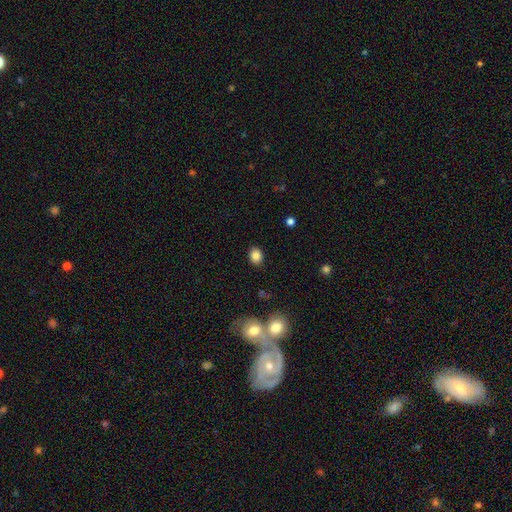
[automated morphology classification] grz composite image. It shows a smooth galaxy with no disk features (84%) that is in between round and cigar-shaped (57%). Merging: none (87%).